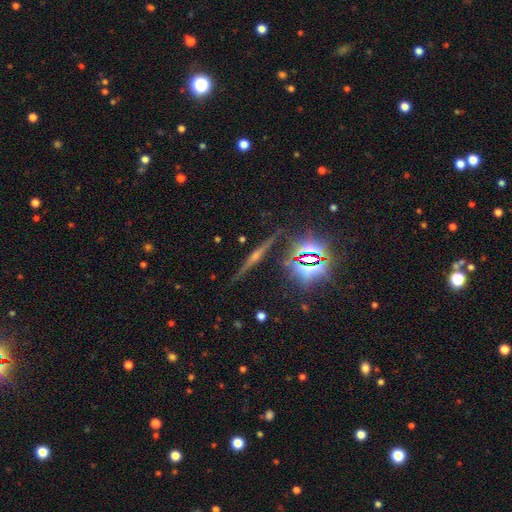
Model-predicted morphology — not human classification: smooth_or_featured: featured or disk (p=0.61) [alt: star or artifact p=0.26]
disk_edge_on: yes (p=0.96) [alt: no p=0.04]
edge_on_bulge: rounded (p=0.85) [alt: none p=0.08]
merging: none (p=0.88) [alt: minor disturbance p=0.08]